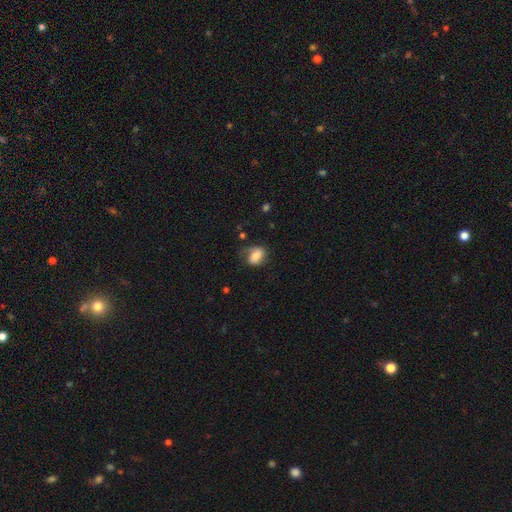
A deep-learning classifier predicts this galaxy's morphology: Smooth or featured? smooth (58%)
How rounded? in between (73%)
Merging? none (48%)